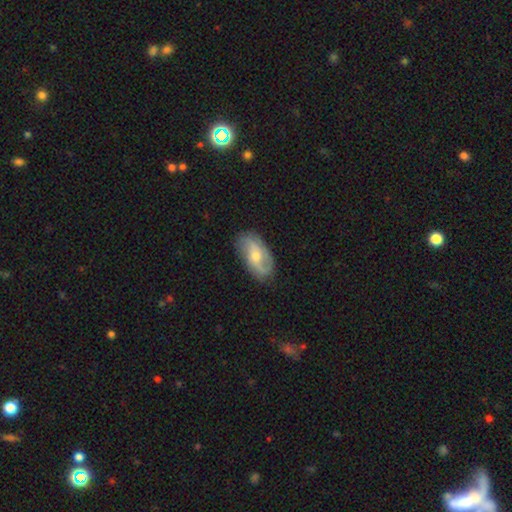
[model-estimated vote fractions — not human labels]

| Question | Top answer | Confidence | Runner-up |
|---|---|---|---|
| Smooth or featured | featured or disk | 64% | smooth (30%) |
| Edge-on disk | no | 93% | yes (7%) |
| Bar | no | 49% | weak (39%) |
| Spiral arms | yes | 86% | no (14%) |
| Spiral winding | loose | 47% | medium (35%) |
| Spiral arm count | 2 | 79% | can't tell (12%) |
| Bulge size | moderate | 54% | small (41%) |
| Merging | none | 78% | minor disturbance (16%) |